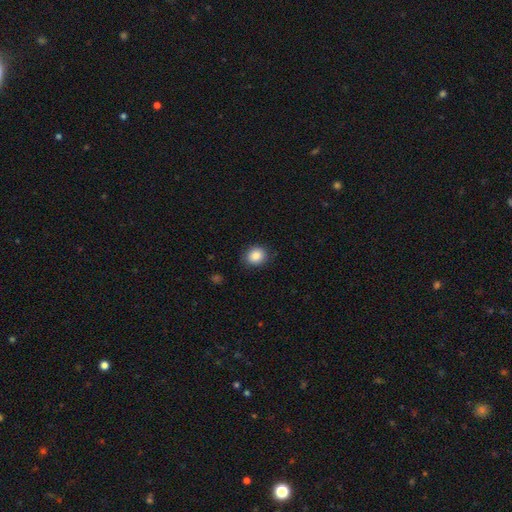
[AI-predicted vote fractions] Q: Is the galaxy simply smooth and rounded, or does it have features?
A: smooth — 87%.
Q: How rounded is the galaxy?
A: round — 69%.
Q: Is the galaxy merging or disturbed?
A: none — 86%.